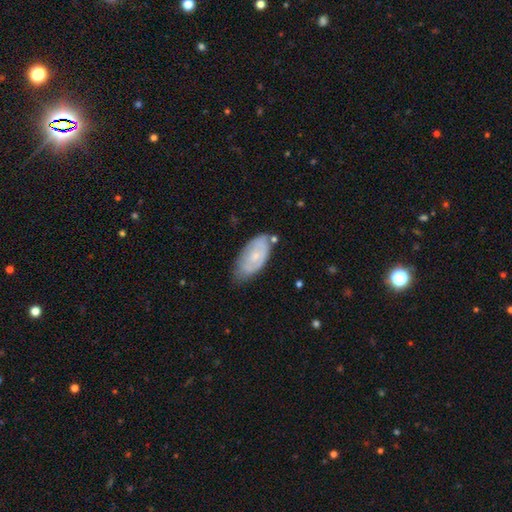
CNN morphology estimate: This appears to be a smooth galaxy with no disk features (50%). Merging: none (59%).